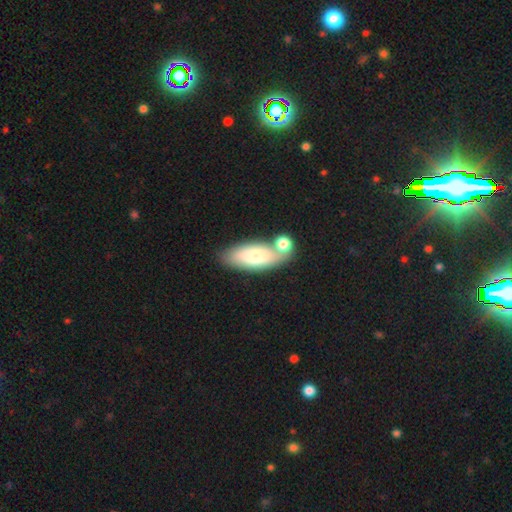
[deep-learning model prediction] Q: Smooth or featured?
A: smooth (72%); runner-up: featured or disk (21%)
Q: How rounded?
A: in between (75%); runner-up: cigar-shaped (22%)
Q: Merging?
A: none (54%); runner-up: merger (28%)